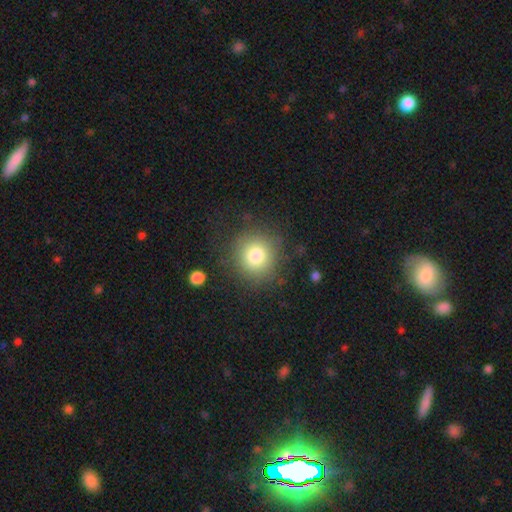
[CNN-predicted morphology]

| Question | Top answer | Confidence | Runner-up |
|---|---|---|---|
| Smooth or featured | smooth | 78% | star or artifact (12%) |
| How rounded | round | 92% | in between (7%) |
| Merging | none | 83% | minor disturbance (10%) |